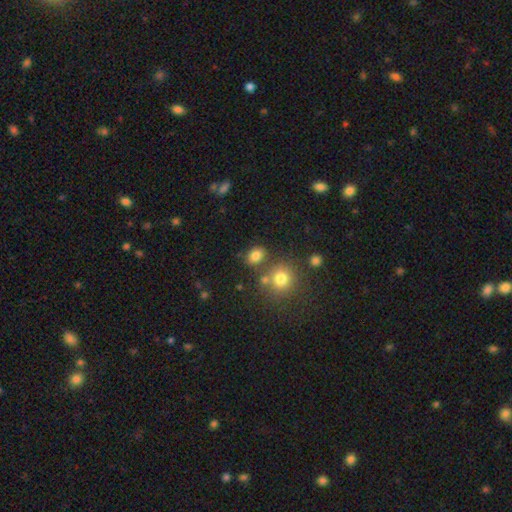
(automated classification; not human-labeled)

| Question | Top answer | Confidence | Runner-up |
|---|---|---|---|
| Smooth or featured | smooth | 80% | star or artifact (14%) |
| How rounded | in between | 60% | round (39%) |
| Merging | none | 74% | merger (11%) |